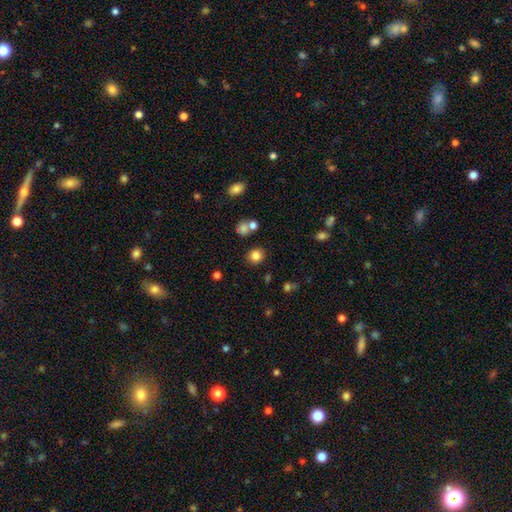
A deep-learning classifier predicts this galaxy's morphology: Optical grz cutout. It shows a smooth galaxy with no disk features (83%) that is round (83%). Merging: none (82%).